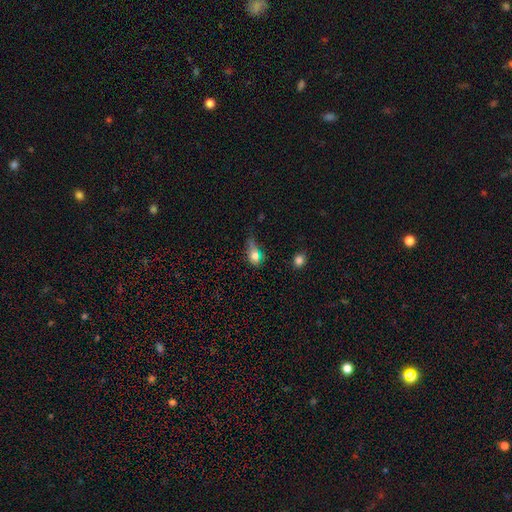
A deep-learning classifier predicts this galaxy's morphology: Q: Smooth or featured?
A: smooth (72%); runner-up: featured or disk (16%)
Q: How rounded?
A: in between (71%); runner-up: round (22%)
Q: Merging?
A: minor disturbance (36%); runner-up: major disturbance (30%)